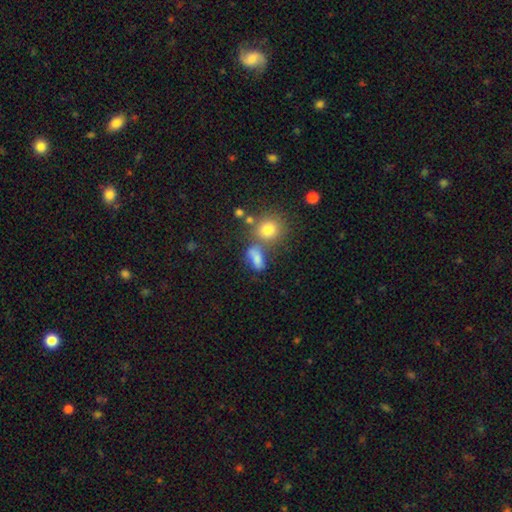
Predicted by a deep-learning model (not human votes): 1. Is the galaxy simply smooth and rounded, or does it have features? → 72% smooth, 16% star or artifact, 13% featured or disk.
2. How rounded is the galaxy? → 66% in between, 26% round, 8% cigar-shaped.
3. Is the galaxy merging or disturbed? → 42% none, 29% merger, 18% minor disturbance, 11% major disturbance.